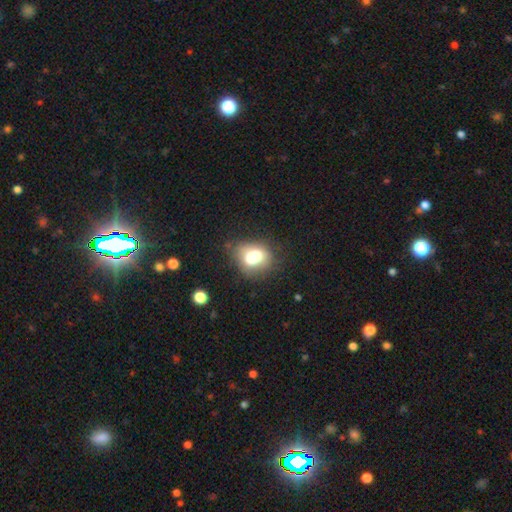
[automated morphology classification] This is likely a smooth galaxy (66%). How rounded: possibly in between (58%). Merging: likely none (70%).